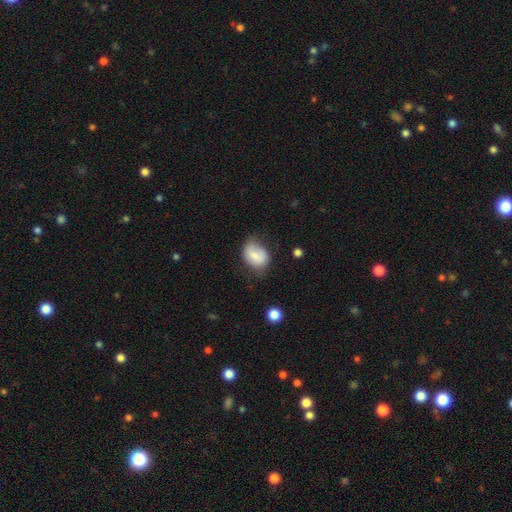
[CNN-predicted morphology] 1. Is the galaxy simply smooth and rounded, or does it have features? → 73% smooth, 19% featured or disk, 8% star or artifact.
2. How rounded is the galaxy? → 64% in between, 35% round, 1% cigar-shaped.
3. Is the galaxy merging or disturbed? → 51% none, 35% minor disturbance, 12% major disturbance, 3% merger.